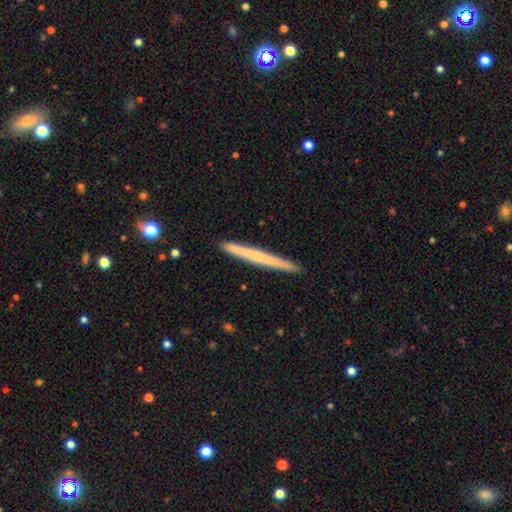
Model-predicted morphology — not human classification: This is possibly a smooth galaxy (52%). How rounded: clearly cigar-shaped (97%). Merging: clearly none (93%).